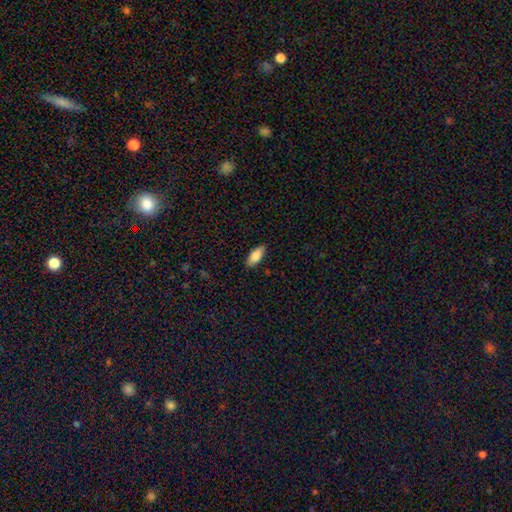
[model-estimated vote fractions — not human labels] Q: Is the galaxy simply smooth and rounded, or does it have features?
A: smooth — 83%.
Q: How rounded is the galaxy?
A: in between — 81%.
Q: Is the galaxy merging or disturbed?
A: none — 86%.